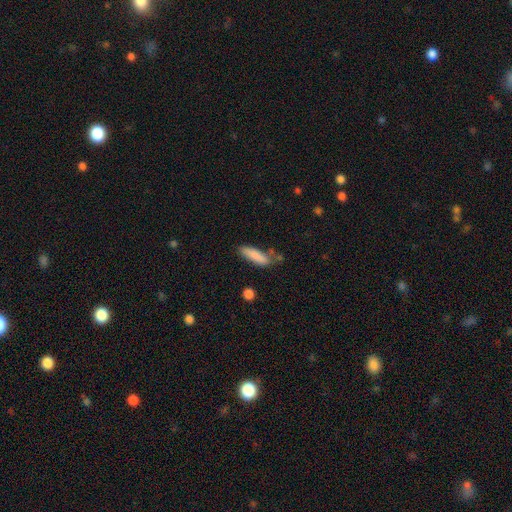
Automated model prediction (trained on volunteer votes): A smooth galaxy with no disk features (84%) that is cigar-shaped (63%).

Vote fractions:
- Smooth or featured? smooth: 84% / featured or disk: 9% / star or artifact: 7%
- How rounded? cigar-shaped: 63% / in between: 35% / round: 2%
- Merging? none: 65% / minor disturbance: 22% / merger: 7% / major disturbance: 6%